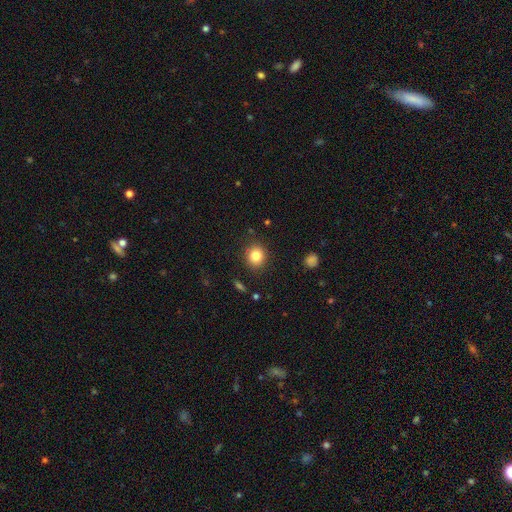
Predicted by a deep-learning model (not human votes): Smooth or featured: smooth — 83% (star or artifact — 10%)
How rounded: round — 81% (in between — 18%)
Merging: none — 88% (minor disturbance — 8%)